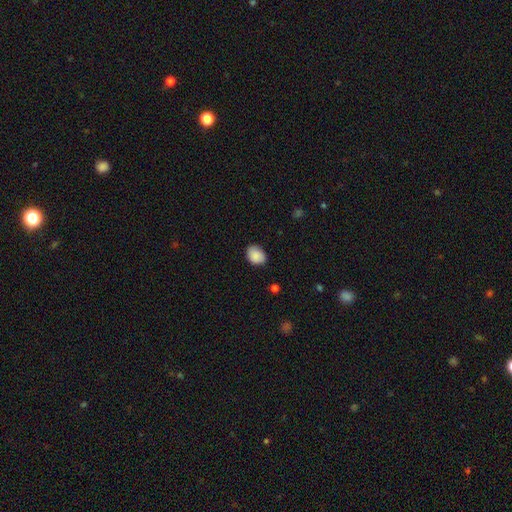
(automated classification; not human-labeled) The model was most divided on "how rounded": in between: 65%, round: 34%, cigar-shaped: 1%. More confident: smooth or featured — smooth (87%); merging — none (78%).